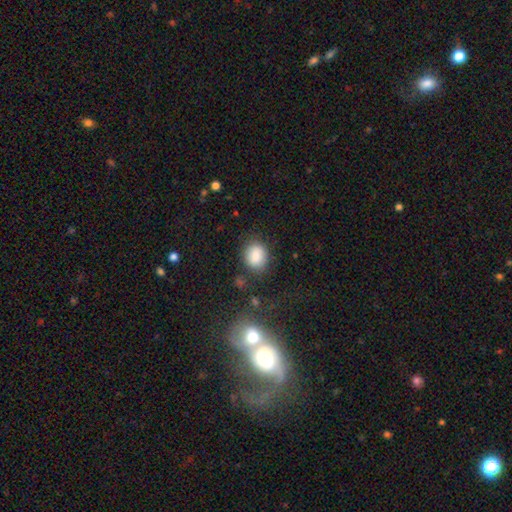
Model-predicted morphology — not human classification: Q: Smooth or featured?
A: smooth (86%); runner-up: star or artifact (9%)
Q: How rounded?
A: round (51%); runner-up: in between (48%)
Q: Merging?
A: none (78%); runner-up: minor disturbance (14%)